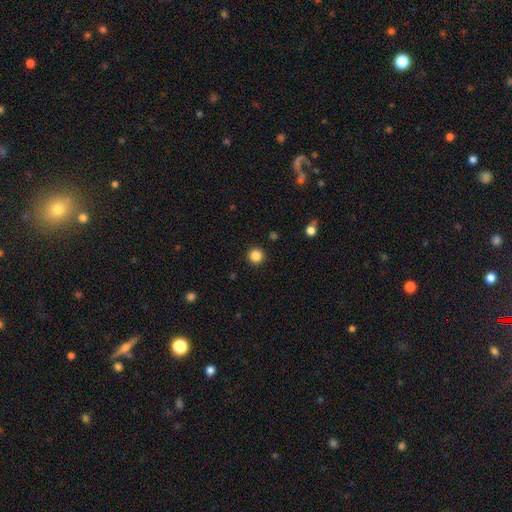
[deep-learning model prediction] This appears to be a smooth galaxy with no disk features (85%) that is round (96%). Merging: none (93%).